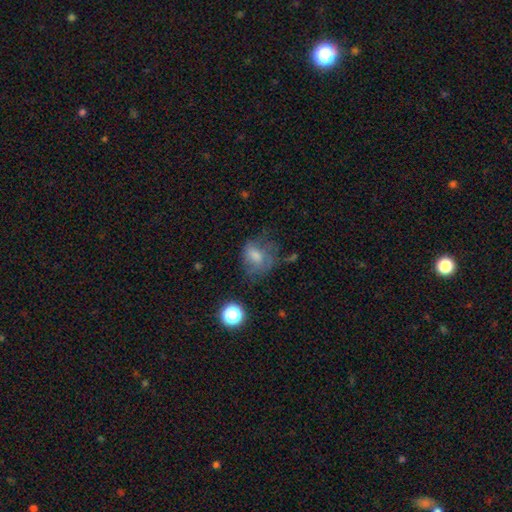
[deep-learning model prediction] Smooth or featured?
  - smooth: 54% *
  - featured or disk: 29%
  - star or artifact: 16%
How rounded?
  - round: 51% *
  - in between: 48%
  - cigar-shaped: 1%
Merging?
  - none: 45% *
  - minor disturbance: 26%
  - major disturbance: 25%
  - merger: 4%